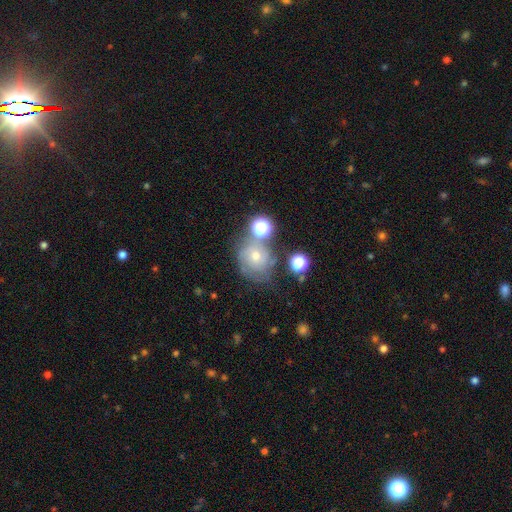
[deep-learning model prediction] A featured or disk galaxy (47%). Merging: none (57%).